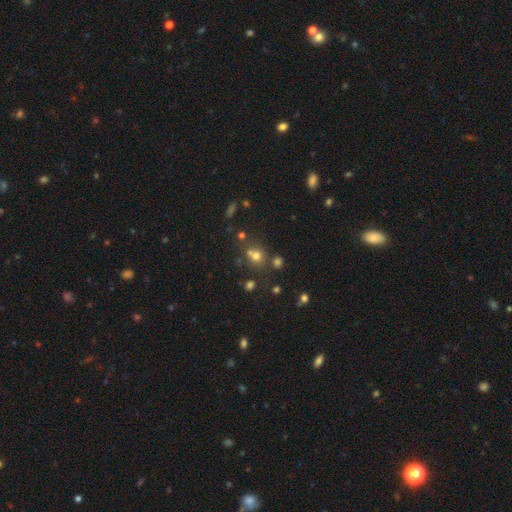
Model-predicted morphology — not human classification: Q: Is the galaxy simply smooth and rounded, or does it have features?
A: smooth — 64%.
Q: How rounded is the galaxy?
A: round — 82%.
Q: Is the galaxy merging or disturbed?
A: none — 55%.